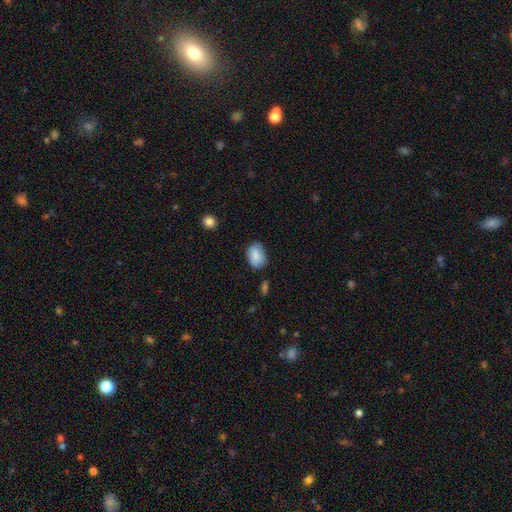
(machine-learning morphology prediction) smooth_or_featured: smooth (p=0.86) [alt: star or artifact p=0.07]
how_rounded: in between (p=0.79) [alt: round p=0.20]
merging: none (p=0.73) [alt: minor disturbance p=0.21]